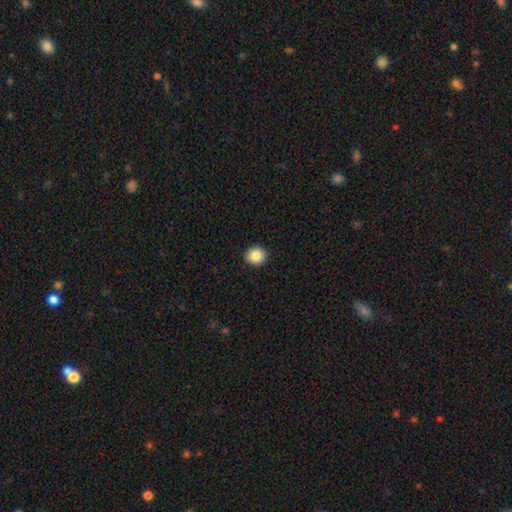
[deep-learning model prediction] The model was most divided on "how rounded": round: 78%, in between: 21%, cigar-shaped: 1%. More confident: merging — none (92%); smooth or featured — smooth (86%).